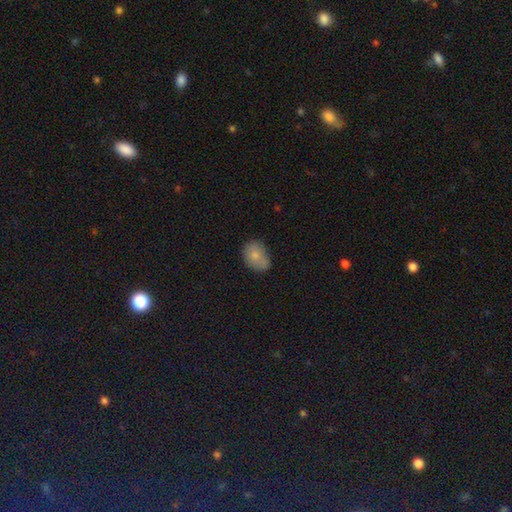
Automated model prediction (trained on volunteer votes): A smooth galaxy with no disk features (80%) that is in between round and cigar-shaped (74%). Merging: none (66%).